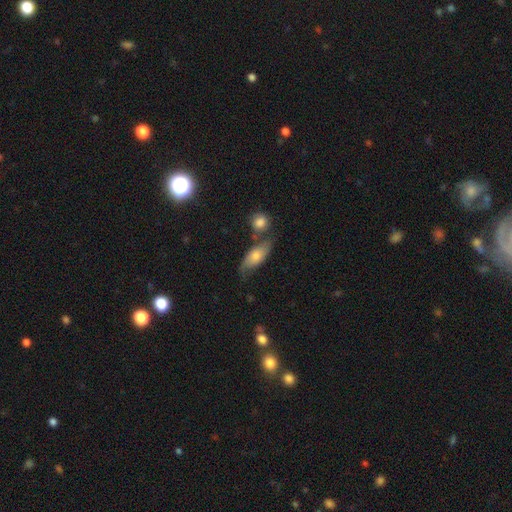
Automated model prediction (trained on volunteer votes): The model was most divided on "smooth or featured": smooth: 62%, featured or disk: 30%, star or artifact: 8%. More confident: how rounded — in between (76%); merging — none (57%).